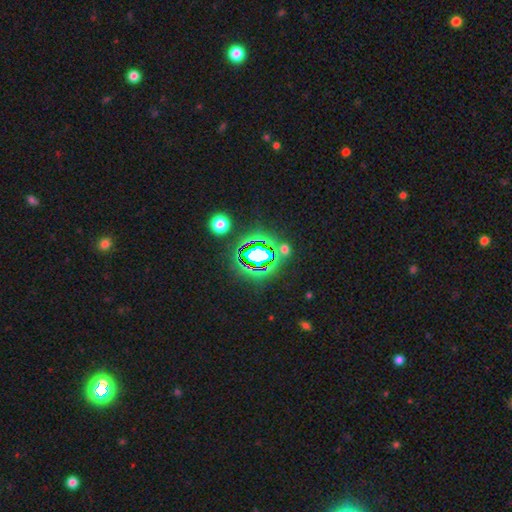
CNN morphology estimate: A star or artifact, not a galaxy (69%).